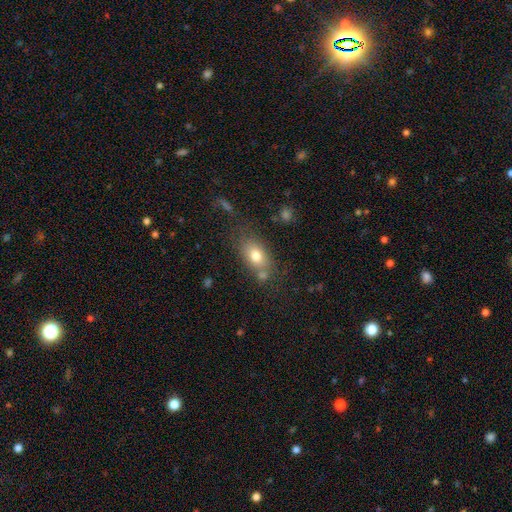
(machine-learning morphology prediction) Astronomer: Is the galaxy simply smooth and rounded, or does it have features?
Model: smooth — 76%.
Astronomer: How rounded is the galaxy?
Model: in between — 82%.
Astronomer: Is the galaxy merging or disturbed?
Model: none — 64%.